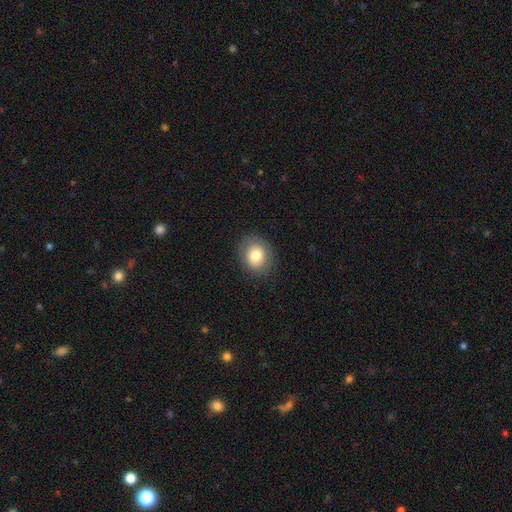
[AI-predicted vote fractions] This is likely a smooth galaxy (77%). How rounded: likely round (68%). Merging: clearly none (86%).